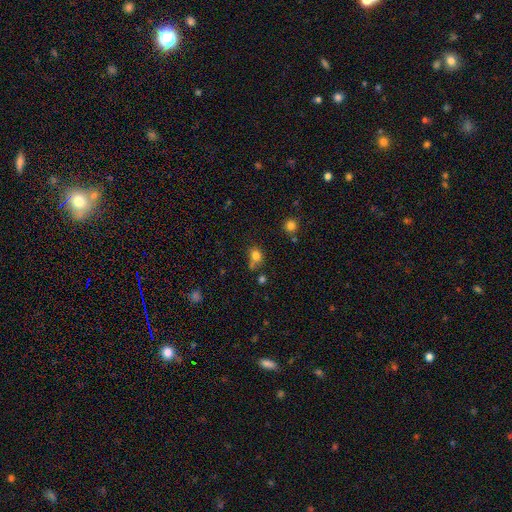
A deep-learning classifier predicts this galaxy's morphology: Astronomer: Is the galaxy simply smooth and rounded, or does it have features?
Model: smooth — 79%.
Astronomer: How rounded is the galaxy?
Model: round — 68%.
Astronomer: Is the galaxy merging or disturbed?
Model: none — 56%.